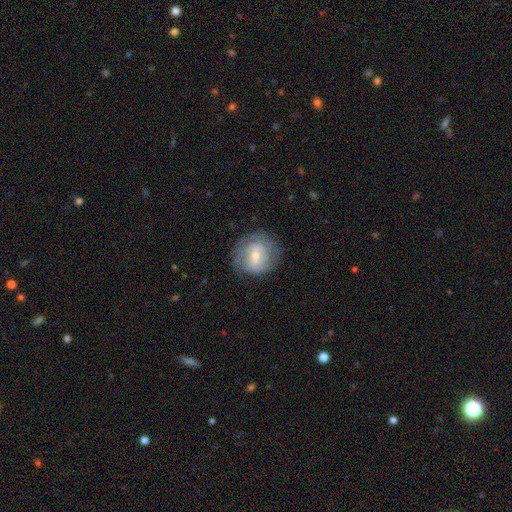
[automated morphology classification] smooth-or-featured: featured or disk: 75% | smooth: 18% | star or artifact: 6%
  disk-edge-on: no: 97% | yes: 3%
    bar: weak: 53% | no: 32% | strong: 15%
    has-spiral-arms: yes: 91% | no: 9%
      spiral-winding: tight: 56% | medium: 33% | loose: 11%
      spiral-arm-count: can't tell: 34% | 2: 29% | 3: 20% | 4: 8% | 1: 5% | more than 4: 4%
    bulge-size: small: 53% | moderate: 42% | large: 2% | none: 1% | dominant: 1%
  merging: none: 75% | minor disturbance: 16% | major disturbance: 7% | merger: 1%